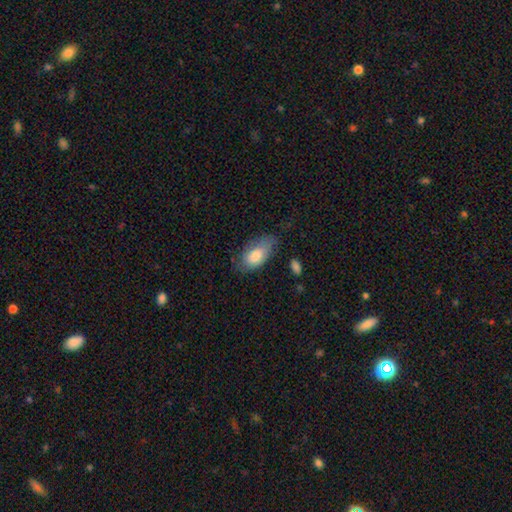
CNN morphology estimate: smooth 79%, featured or disk 15%, star or artifact 6%. Down the decision tree: how rounded — in between (93%); merging — none (54%).